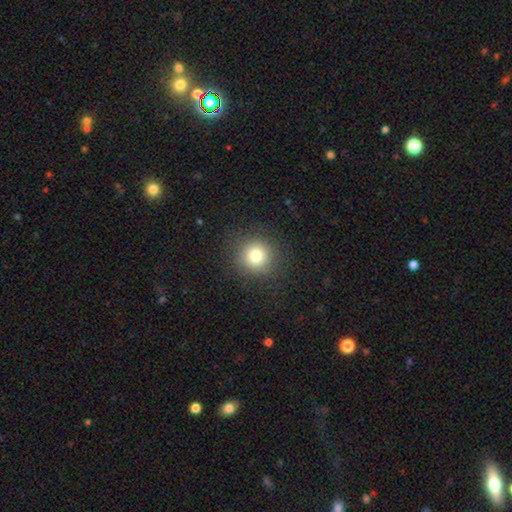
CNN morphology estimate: The model was most divided on "smooth or featured": smooth: 78%, star or artifact: 13%, featured or disk: 9%. More confident: how rounded — round (94%); merging — none (88%).